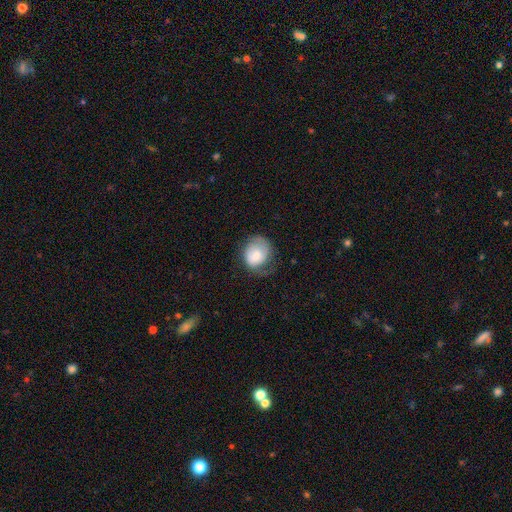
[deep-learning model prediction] Smooth or featured? smooth (65%)
How rounded? round (64%)
Merging? none (46%)